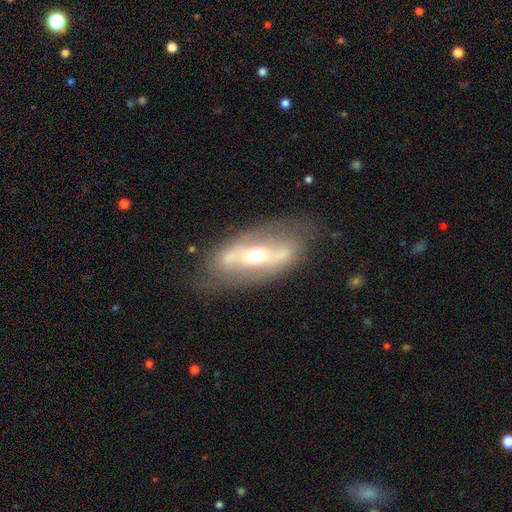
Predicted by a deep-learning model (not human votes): Overall: featured or disk (74%). Edge-on disk: no (84%). Bar: strong (43%; no 29%). Spiral arms: yes (66%; no 34%). Bulge size: moderate (64%; small 26%). Merging: none (68%).